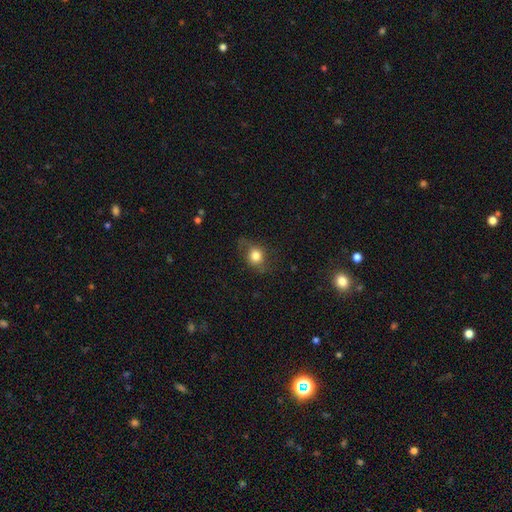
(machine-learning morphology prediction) Smooth or featured? Predicted: smooth (p=0.72). How rounded? Predicted: round (p=0.59). Merging? Predicted: none (p=0.66).